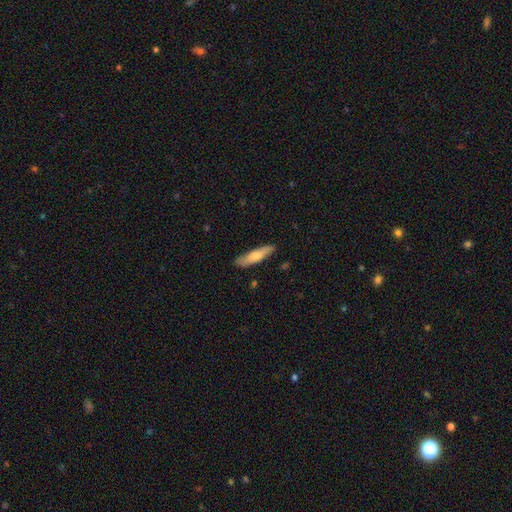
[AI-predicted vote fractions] Smooth or featured?
  - smooth: 71% *
  - featured or disk: 23%
  - star or artifact: 5%
How rounded?
  - cigar-shaped: 75% *
  - in between: 23%
  - round: 2%
Merging?
  - none: 83% *
  - minor disturbance: 14%
  - major disturbance: 3%
  - merger: 1%